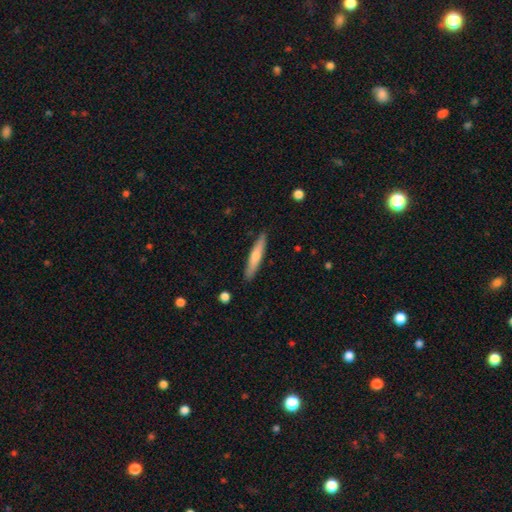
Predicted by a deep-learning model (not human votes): A smooth galaxy with no disk features (51%) that is cigar-shaped (91%).

Vote fractions:
- Smooth or featured? smooth: 51% / featured or disk: 43% / star or artifact: 6%
- How rounded? cigar-shaped: 91% / in between: 7% / round: 1%
- Merging? none: 90% / minor disturbance: 7% / major disturbance: 1% / merger: 1%